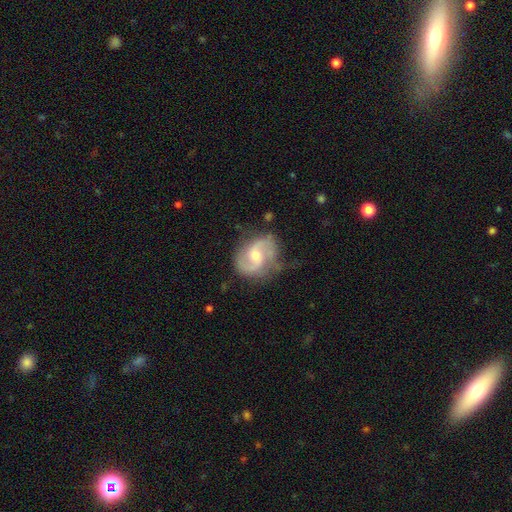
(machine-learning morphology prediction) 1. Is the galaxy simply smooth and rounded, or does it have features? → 84% featured or disk, 10% smooth, 5% star or artifact.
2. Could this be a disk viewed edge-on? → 98% no, 2% yes.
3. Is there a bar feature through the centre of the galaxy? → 45% weak (tied), 45% no (tied), 10% strong.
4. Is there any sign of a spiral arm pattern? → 95% yes, 5% no.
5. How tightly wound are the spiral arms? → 49% medium, 35% loose, 16% tight.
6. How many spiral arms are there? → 90% 2, 4% can't tell, 2% 1, 1% 3, 1% 4, 1% more than 4.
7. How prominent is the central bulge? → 59% moderate, 37% small, 2% large, 1% none, 1% dominant.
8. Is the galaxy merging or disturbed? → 66% none, 23% minor disturbance, 9% major disturbance, 2% merger.